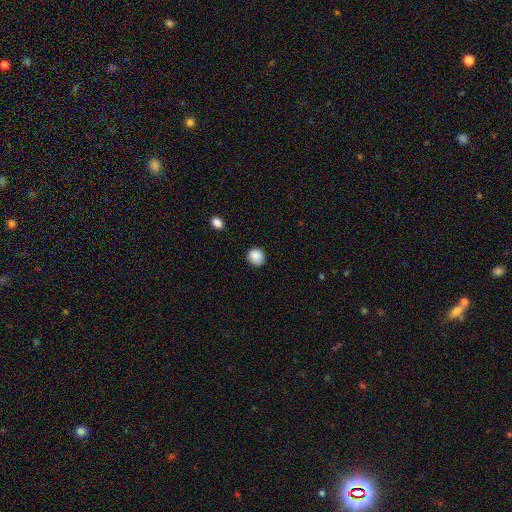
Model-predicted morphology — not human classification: The model was most divided on "merging": none: 79%, minor disturbance: 17%, major disturbance: 3%, merger: 2%. More confident: smooth or featured — smooth (88%); how rounded — round (83%).